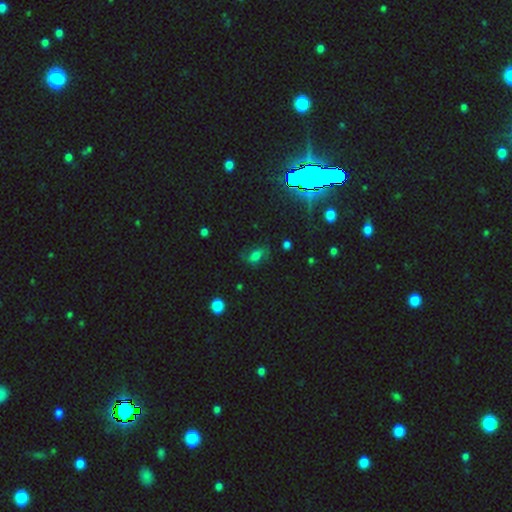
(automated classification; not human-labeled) This is marginally a smooth galaxy (40%). Merging: likely none (61%).